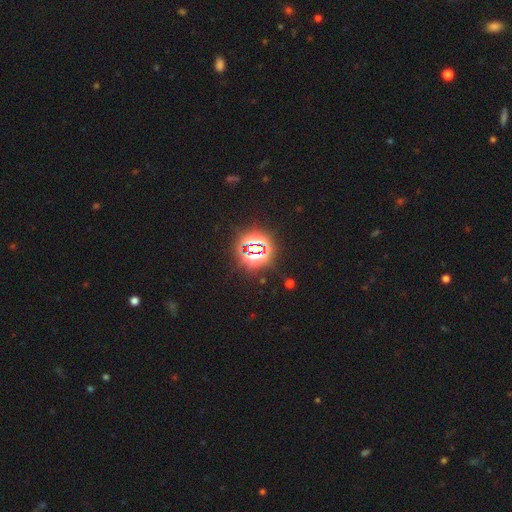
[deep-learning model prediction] A star or artifact, not a galaxy (77%).

Vote fractions:
- Smooth or featured? star or artifact: 77% / smooth: 14% / featured or disk: 9%